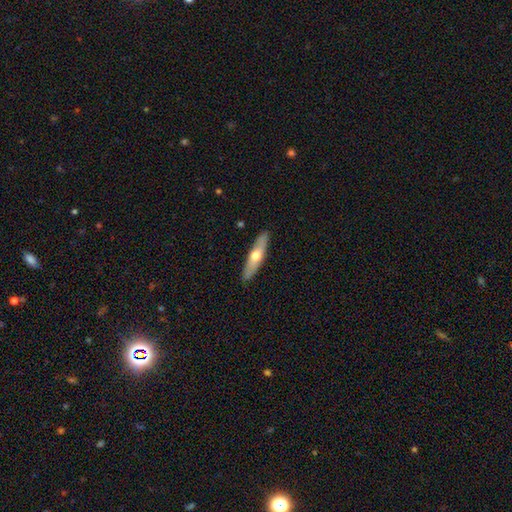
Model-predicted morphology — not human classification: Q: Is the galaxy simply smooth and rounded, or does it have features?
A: smooth — 51%.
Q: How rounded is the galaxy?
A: cigar-shaped — 75%.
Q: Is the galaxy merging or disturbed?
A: none — 89%.